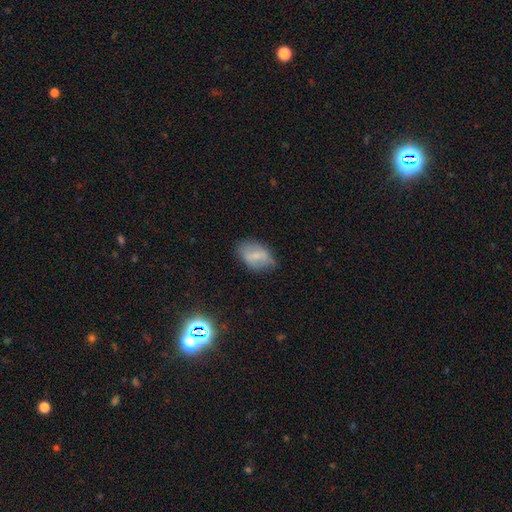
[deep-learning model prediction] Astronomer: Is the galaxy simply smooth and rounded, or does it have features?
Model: smooth — 65%.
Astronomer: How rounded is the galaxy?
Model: in between — 87%.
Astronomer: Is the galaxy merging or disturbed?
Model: none — 67%.